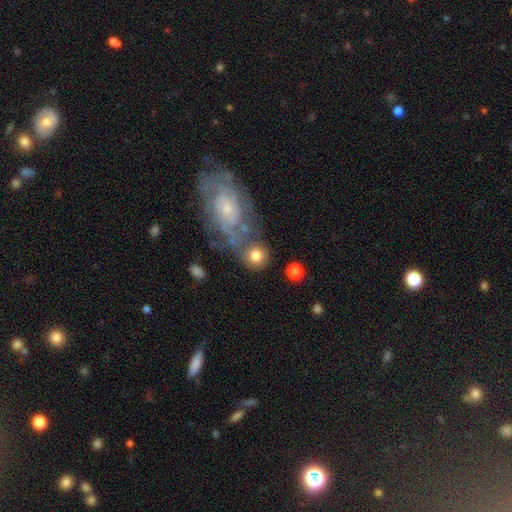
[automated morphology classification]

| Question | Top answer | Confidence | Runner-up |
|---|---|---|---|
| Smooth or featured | smooth | 74% | featured or disk (19%) |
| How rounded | round | 86% | in between (13%) |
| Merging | none | 59% | merger (21%) |